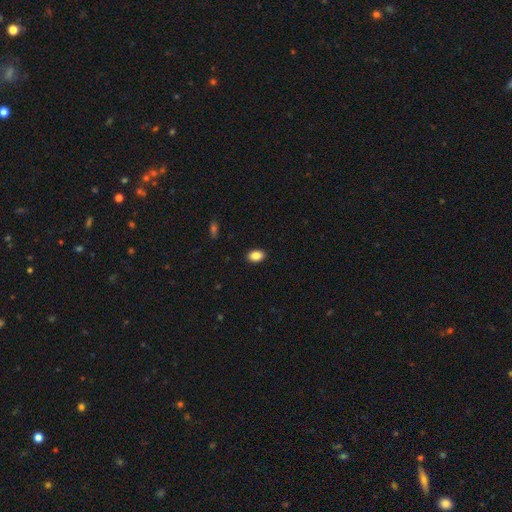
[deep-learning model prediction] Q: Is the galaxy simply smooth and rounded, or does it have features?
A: smooth — 87%.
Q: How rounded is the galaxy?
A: in between — 87%.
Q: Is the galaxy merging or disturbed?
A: none — 90%.